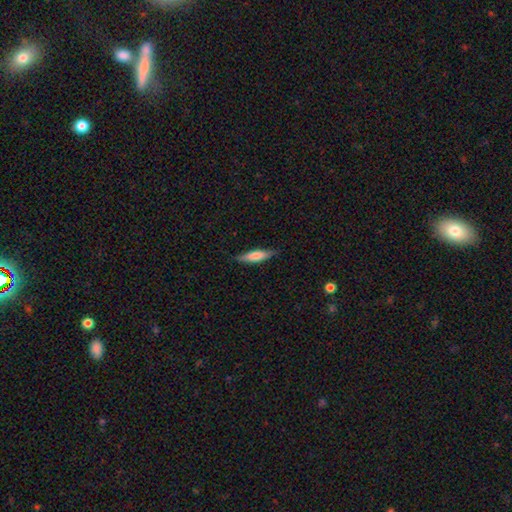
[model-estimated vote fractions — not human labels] Smooth or featured? Predicted: smooth (p=0.67). How rounded? Predicted: cigar-shaped (p=0.71). Merging? Predicted: none (p=0.85).